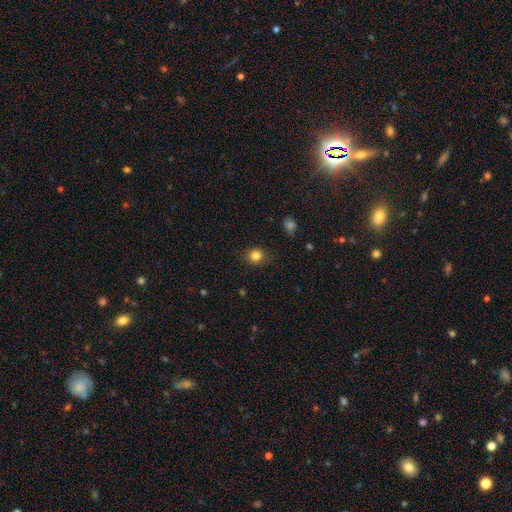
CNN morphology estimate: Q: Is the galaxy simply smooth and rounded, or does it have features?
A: smooth — 83%.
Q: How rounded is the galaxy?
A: round — 80%.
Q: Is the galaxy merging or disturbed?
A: none — 85%.